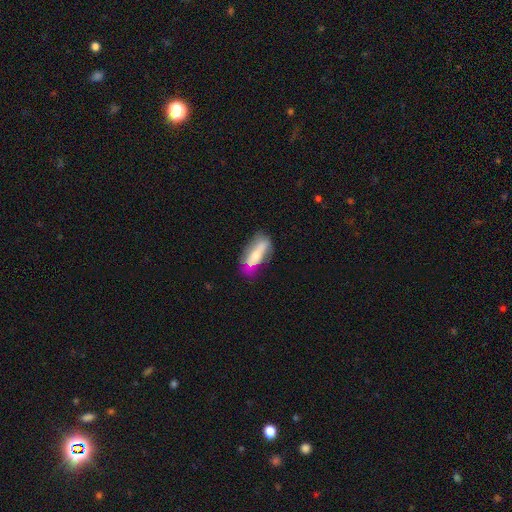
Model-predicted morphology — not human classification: smooth_or_featured: smooth (p=0.52) [alt: featured or disk p=0.42]
how_rounded: in between (p=0.67) [alt: cigar-shaped p=0.30]
merging: none (p=0.56) [alt: minor disturbance p=0.26]